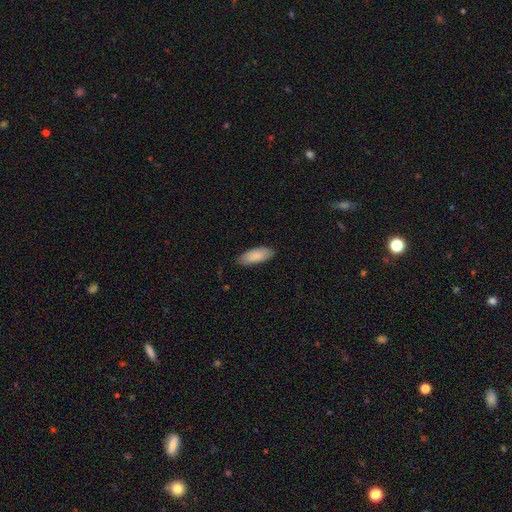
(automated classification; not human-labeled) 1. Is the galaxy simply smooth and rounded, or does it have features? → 88% smooth, 6% featured or disk, 6% star or artifact.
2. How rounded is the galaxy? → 78% in between, 20% cigar-shaped, 2% round.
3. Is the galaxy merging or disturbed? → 84% none, 12% minor disturbance, 2% major disturbance, 1% merger.